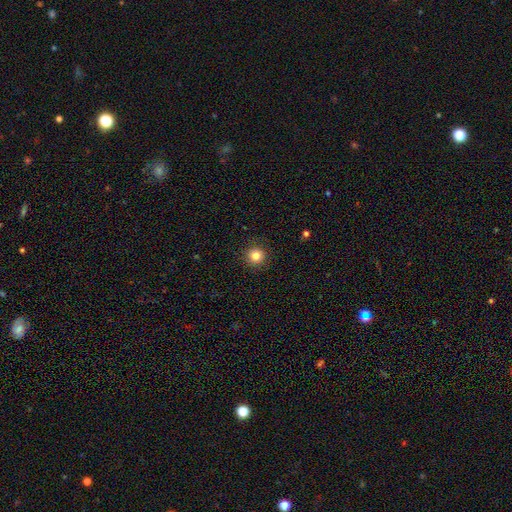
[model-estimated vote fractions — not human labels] Smooth or featured?
  - smooth: 83% *
  - star or artifact: 11%
  - featured or disk: 6%
How rounded?
  - round: 95% *
  - in between: 4%
  - cigar-shaped: 1%
Merging?
  - none: 91% *
  - minor disturbance: 6%
  - major disturbance: 2%
  - merger: 1%